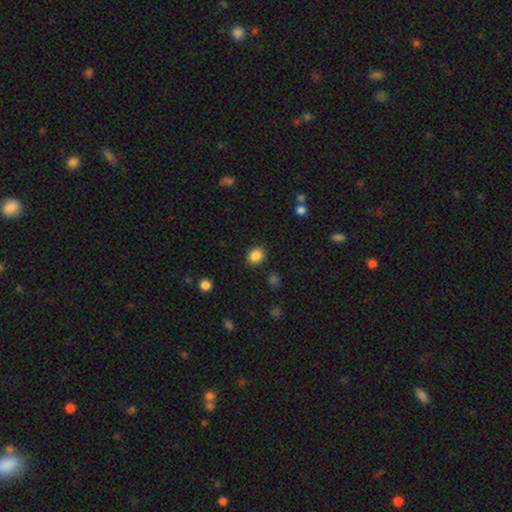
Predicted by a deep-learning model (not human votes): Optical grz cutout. It shows a smooth galaxy with no disk features (87%) that is round (53%). Merging: none (87%).